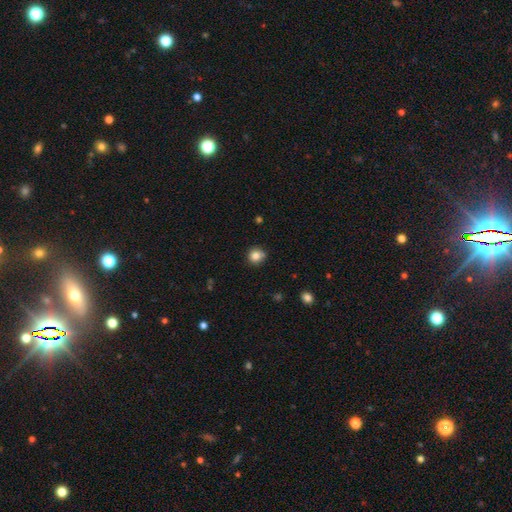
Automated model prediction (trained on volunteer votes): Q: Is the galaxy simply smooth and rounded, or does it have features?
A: smooth — 83%.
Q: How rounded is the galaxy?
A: round — 90%.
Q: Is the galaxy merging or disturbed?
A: none — 80%.